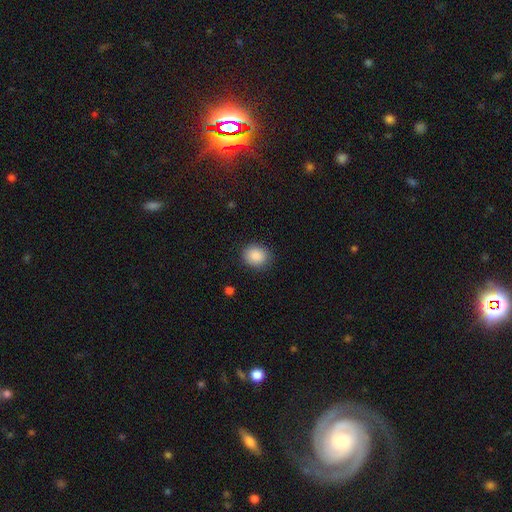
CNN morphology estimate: Q: Smooth or featured?
A: smooth (88%); runner-up: star or artifact (8%)
Q: How rounded?
A: round (64%); runner-up: in between (36%)
Q: Merging?
A: none (87%); runner-up: minor disturbance (9%)